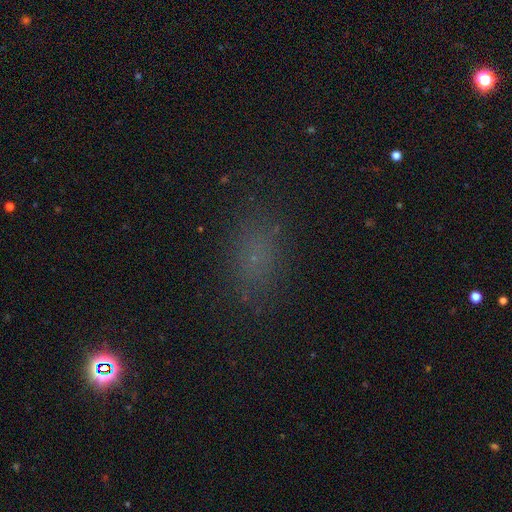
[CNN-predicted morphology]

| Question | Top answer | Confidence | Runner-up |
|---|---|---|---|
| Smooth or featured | smooth | 64% | star or artifact (25%) |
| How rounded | in between | 80% | round (15%) |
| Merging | none | 77% | minor disturbance (14%) |